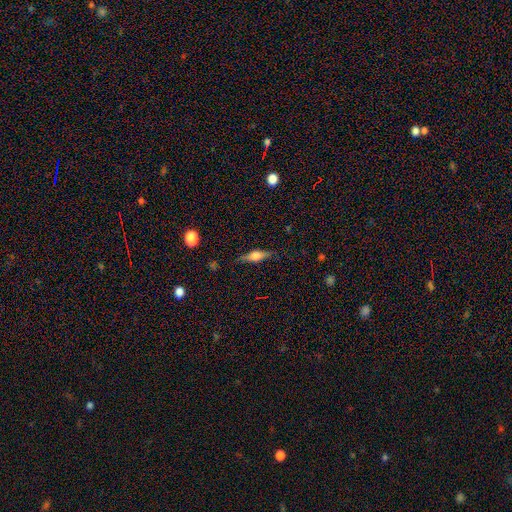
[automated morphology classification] Q: Smooth or featured?
A: featured or disk (56%); runner-up: smooth (36%)
Q: Edge-on disk?
A: yes (95%); runner-up: no (5%)
Q: Edge-on bulge?
A: rounded (87%); runner-up: boxy (11%)
Q: Merging?
A: none (83%); runner-up: minor disturbance (12%)